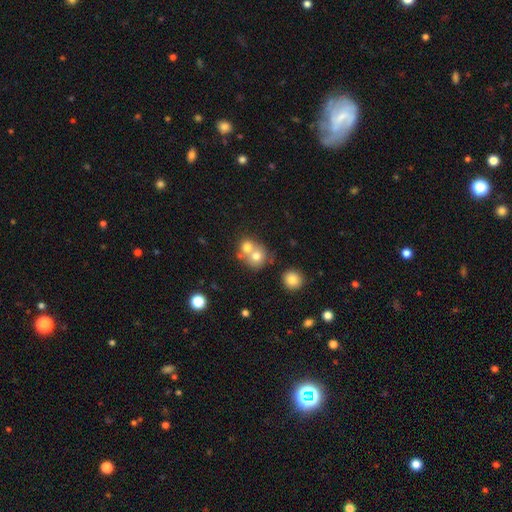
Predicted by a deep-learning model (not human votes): Smooth or featured? smooth (69%)
How rounded? round (80%)
Merging? merger (56%)